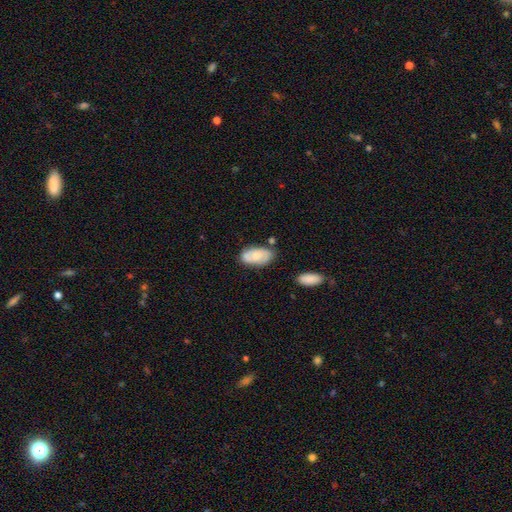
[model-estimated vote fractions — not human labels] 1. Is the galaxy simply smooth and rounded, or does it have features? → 65% smooth, 29% featured or disk, 6% star or artifact.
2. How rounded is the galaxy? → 94% in between, 4% round, 3% cigar-shaped.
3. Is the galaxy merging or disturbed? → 67% none, 20% minor disturbance, 8% merger, 4% major disturbance.